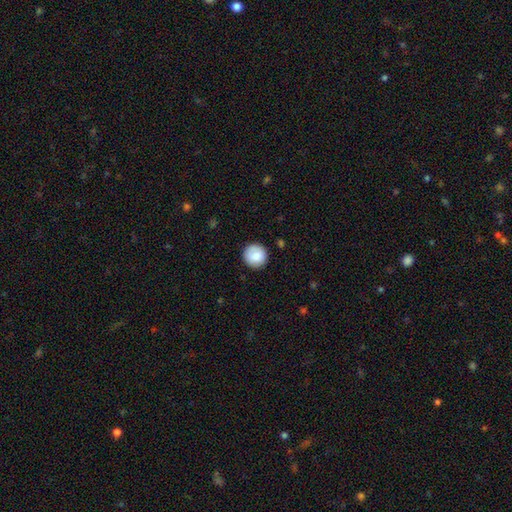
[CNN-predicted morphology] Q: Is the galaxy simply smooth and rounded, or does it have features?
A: smooth — 83%.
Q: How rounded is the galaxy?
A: round — 95%.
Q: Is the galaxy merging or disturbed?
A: none — 88%.